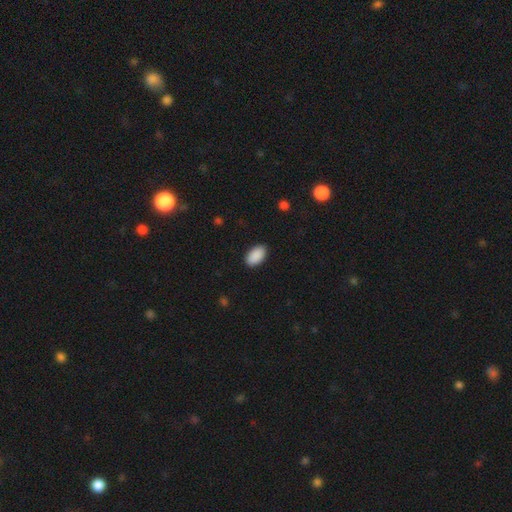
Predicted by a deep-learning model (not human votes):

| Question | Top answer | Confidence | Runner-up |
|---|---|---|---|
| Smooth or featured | smooth | 91% | star or artifact (6%) |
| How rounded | in between | 95% | round (4%) |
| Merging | none | 89% | minor disturbance (8%) |